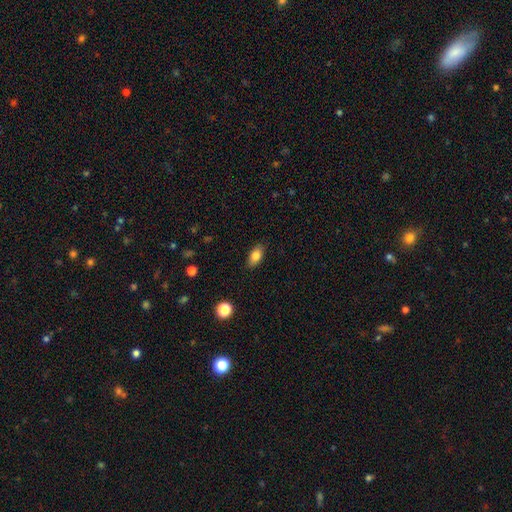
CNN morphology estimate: A smooth galaxy with no disk features (81%) that is in between round and cigar-shaped (87%). Merging: none (86%).